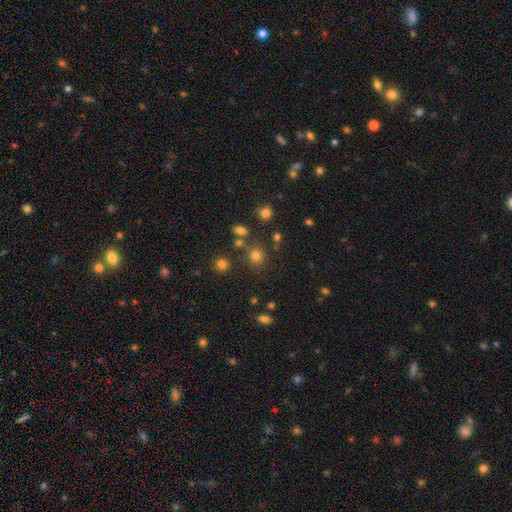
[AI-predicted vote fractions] Smooth or featured?
  - smooth: 76% *
  - star or artifact: 18%
  - featured or disk: 6%
How rounded?
  - round: 85% *
  - in between: 14%
  - cigar-shaped: 1%
Merging?
  - none: 77% *
  - minor disturbance: 10%
  - merger: 9%
  - major disturbance: 4%